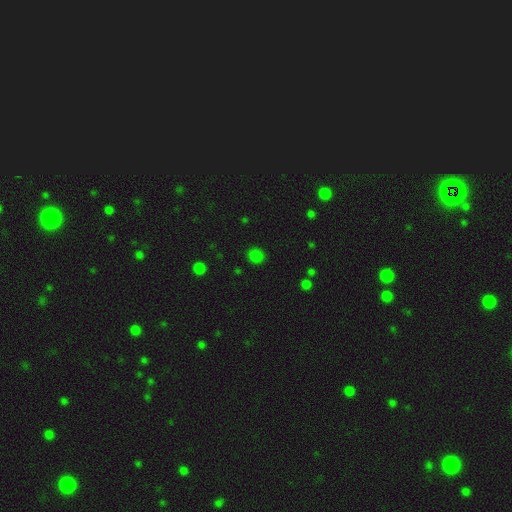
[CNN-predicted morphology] smooth 76%, star or artifact 20%, featured or disk 3%. Down the decision tree: how rounded — round (82%); merging — none (87%).